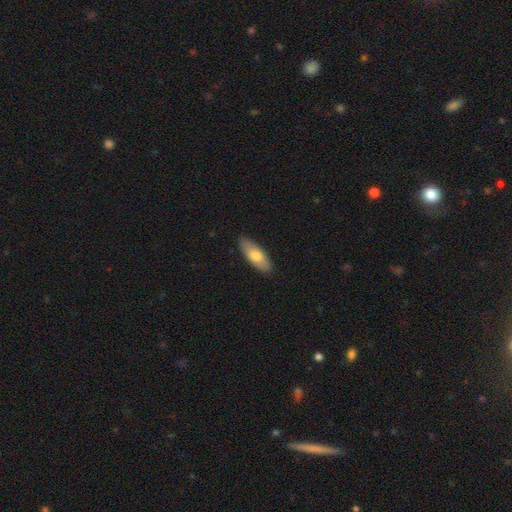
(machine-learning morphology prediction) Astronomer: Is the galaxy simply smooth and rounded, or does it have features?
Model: smooth — 74%.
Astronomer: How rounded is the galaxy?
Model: in between — 72%.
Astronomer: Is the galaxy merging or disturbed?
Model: none — 89%.